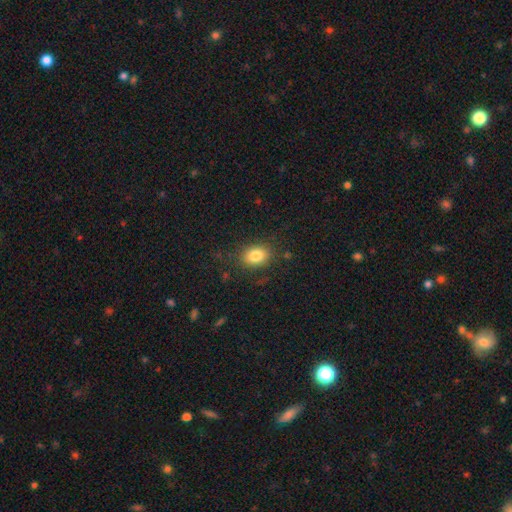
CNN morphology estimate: Q: Smooth or featured?
A: smooth (82%); runner-up: star or artifact (10%)
Q: How rounded?
A: in between (70%); runner-up: round (29%)
Q: Merging?
A: none (83%); runner-up: minor disturbance (12%)